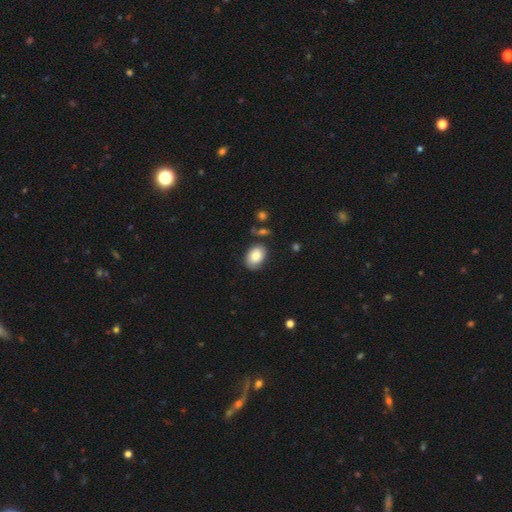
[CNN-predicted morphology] This appears to be a smooth galaxy with no disk features (79%) that is in between round and cigar-shaped (81%). Merging: none (74%).